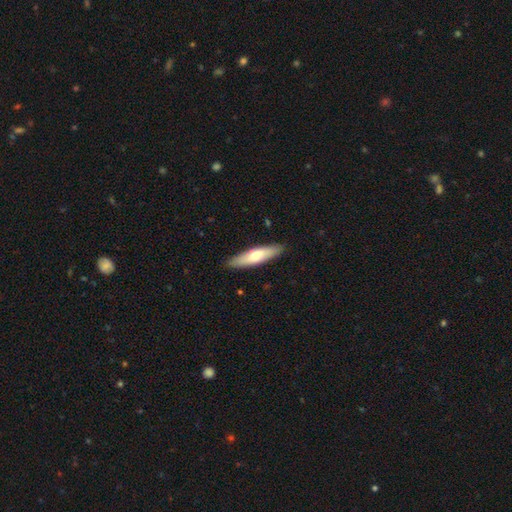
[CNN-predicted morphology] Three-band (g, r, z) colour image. It shows a smooth galaxy with no disk features (60%) that is cigar-shaped (71%). Merging: none (89%).